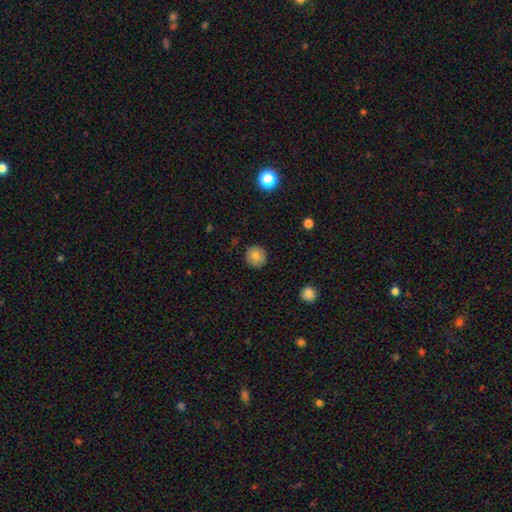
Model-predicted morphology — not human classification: Smooth or featured: smooth — 77% (featured or disk — 13%)
How rounded: round — 93% (in between — 6%)
Merging: none — 88% (minor disturbance — 9%)